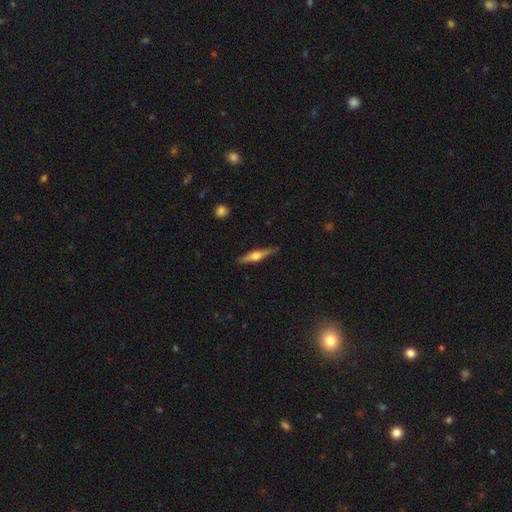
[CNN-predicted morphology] Smooth or featured: featured or disk — 62% (smooth — 32%)
Edge-on disk: yes — 97% (no — 3%)
Edge-on bulge: rounded — 92% (boxy — 5%)
Merging: none — 87% (minor disturbance — 10%)